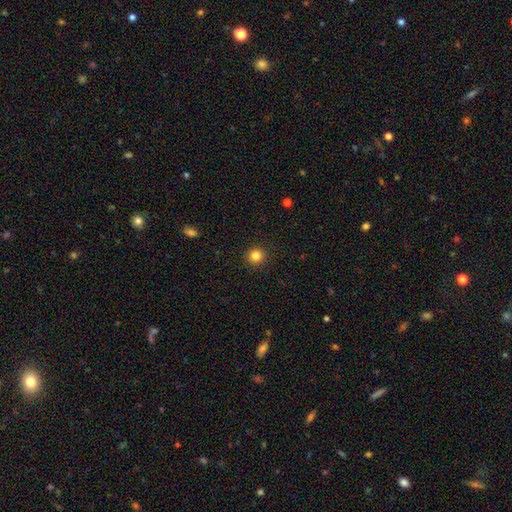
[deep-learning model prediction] Smooth or featured? Predicted: smooth (p=0.84). How rounded? Predicted: round (p=0.93). Merging? Predicted: none (p=0.92).